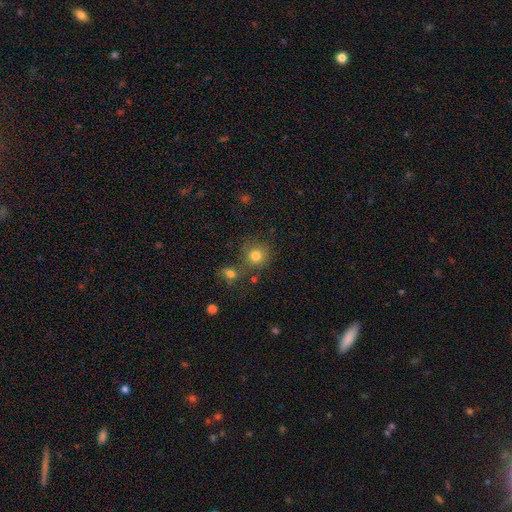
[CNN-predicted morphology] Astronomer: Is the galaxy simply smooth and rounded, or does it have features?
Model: smooth — 79%.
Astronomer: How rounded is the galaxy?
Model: round — 88%.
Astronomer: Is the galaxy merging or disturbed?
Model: none — 65%.